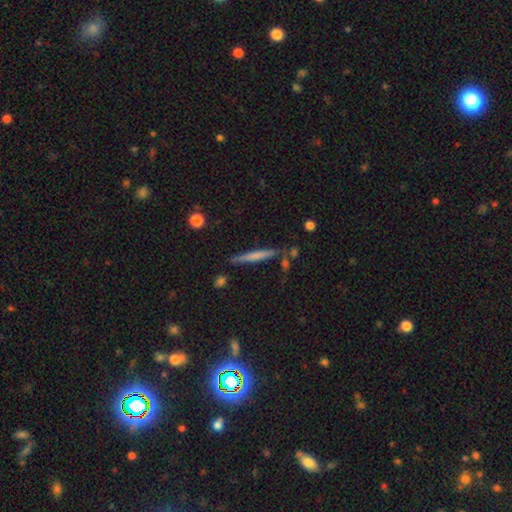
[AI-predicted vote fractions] A smooth galaxy with no disk features (54%) that is cigar-shaped (95%).

Vote fractions:
- Smooth or featured? smooth: 54% / featured or disk: 39% / star or artifact: 7%
- How rounded? cigar-shaped: 95% / in between: 3% / round: 2%
- Merging? none: 82% / minor disturbance: 11% / merger: 5% / major disturbance: 2%